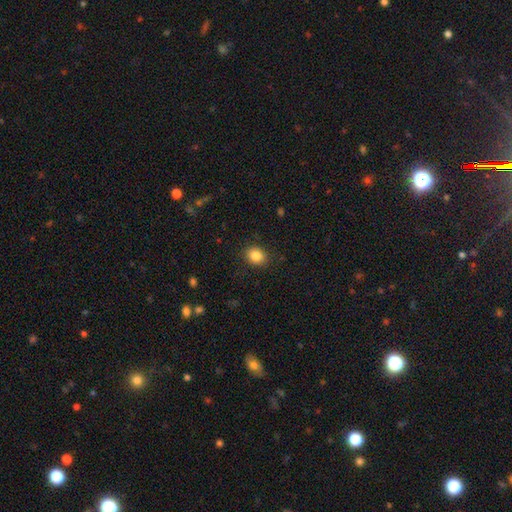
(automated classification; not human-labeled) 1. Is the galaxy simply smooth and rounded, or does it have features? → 85% smooth, 10% star or artifact, 5% featured or disk.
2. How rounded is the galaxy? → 58% round, 42% in between, 1% cigar-shaped.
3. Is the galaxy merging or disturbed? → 88% none, 8% minor disturbance, 2% major disturbance, 1% merger.